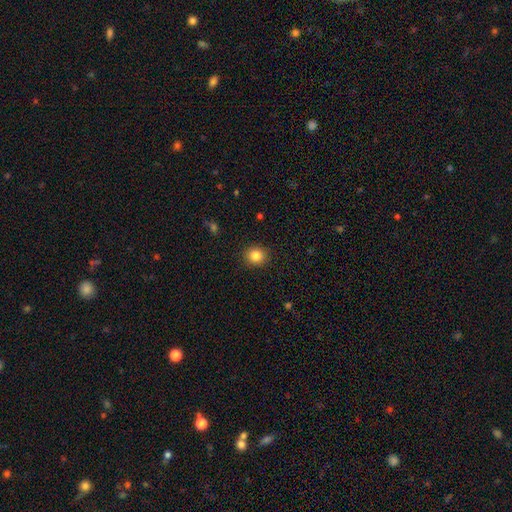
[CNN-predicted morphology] Smooth or featured: smooth — 84% (star or artifact — 11%)
How rounded: round — 87% (in between — 12%)
Merging: none — 91% (minor disturbance — 6%)